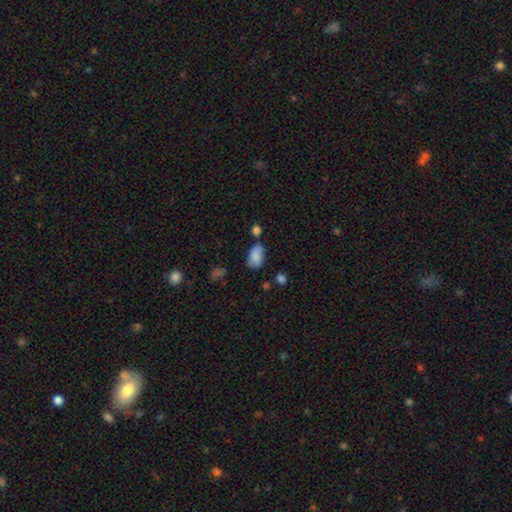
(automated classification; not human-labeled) Smooth or featured: smooth — 84% (star or artifact — 8%)
How rounded: in between — 92% (round — 6%)
Merging: none — 61% (minor disturbance — 24%)